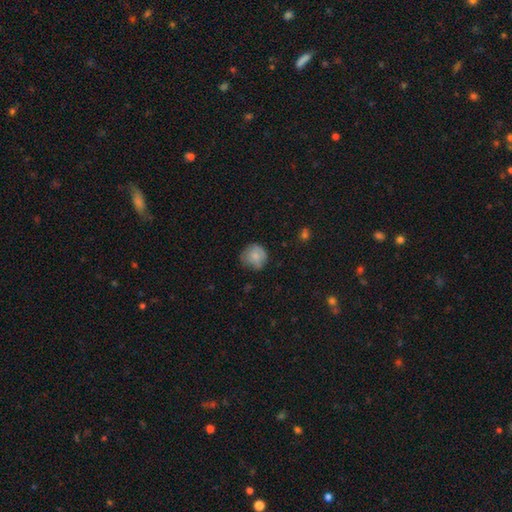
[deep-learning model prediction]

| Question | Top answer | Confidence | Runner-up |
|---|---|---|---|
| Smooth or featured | smooth | 78% | featured or disk (14%) |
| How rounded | round | 89% | in between (10%) |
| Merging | none | 69% | minor disturbance (24%) |